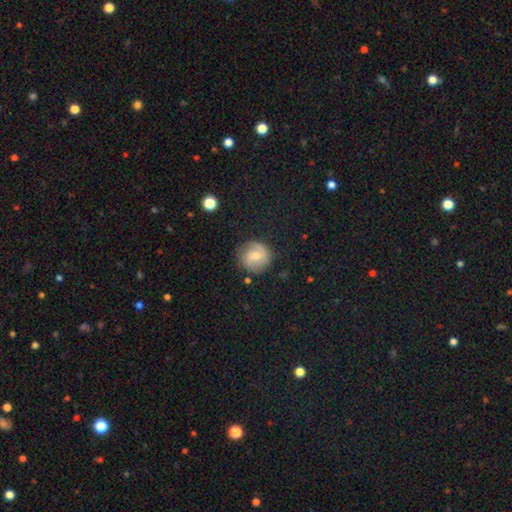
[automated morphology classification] A featured or disk galaxy (56%) with a weak bar (50%), spiral arms (88%) and a moderate central bulge (47%). Merging: none (79%).